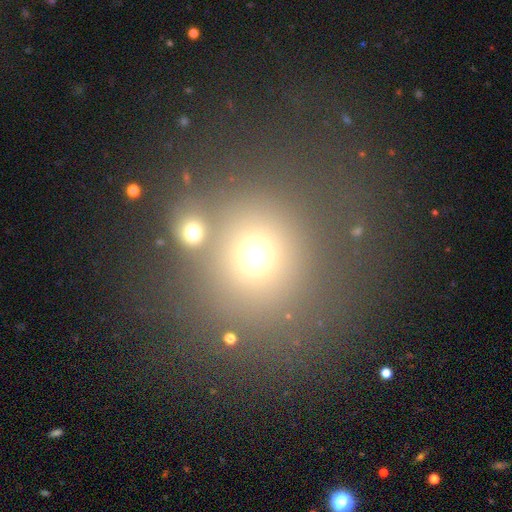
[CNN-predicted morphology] smooth-or-featured: smooth: 66% | star or artifact: 24% | featured or disk: 10%
  how-rounded: round: 89% | in between: 10% | cigar-shaped: 1%
  merging: none: 65% | merger: 16% | minor disturbance: 11% | major disturbance: 8%